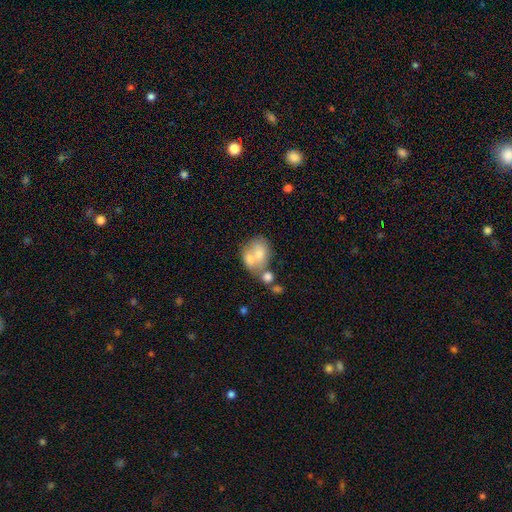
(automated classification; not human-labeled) smooth-or-featured: smooth: 63% | featured or disk: 29% | star or artifact: 8%
  how-rounded: in between: 58% | round: 41% | cigar-shaped: 1%
  merging: merger: 59% | none: 23% | minor disturbance: 11% | major disturbance: 8%